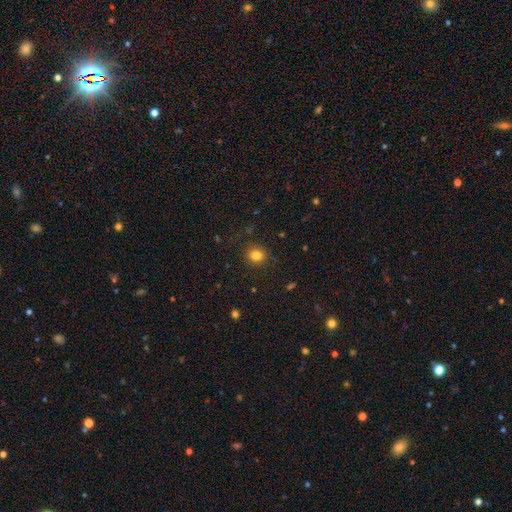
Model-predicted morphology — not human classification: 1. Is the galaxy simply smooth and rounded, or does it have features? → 82% smooth, 12% star or artifact, 6% featured or disk.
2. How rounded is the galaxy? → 76% round, 23% in between, 1% cigar-shaped.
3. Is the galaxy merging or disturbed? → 84% none, 11% minor disturbance, 4% major disturbance, 1% merger.